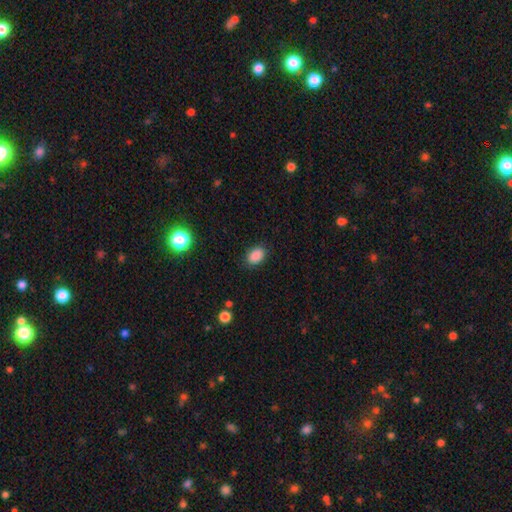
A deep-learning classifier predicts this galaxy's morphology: This is clearly a smooth galaxy (87%). How rounded: clearly in between (80%). Merging: clearly none (85%).